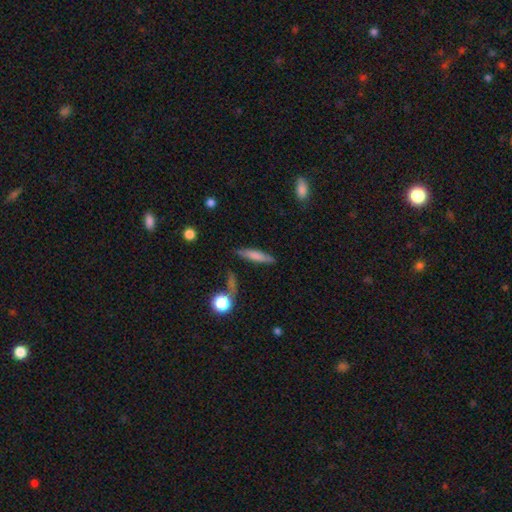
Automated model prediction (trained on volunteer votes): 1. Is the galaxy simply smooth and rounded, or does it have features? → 67% smooth, 25% featured or disk, 8% star or artifact.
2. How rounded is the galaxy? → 80% cigar-shaped, 17% in between, 3% round.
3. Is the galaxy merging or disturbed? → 76% none, 15% minor disturbance, 5% merger, 5% major disturbance.